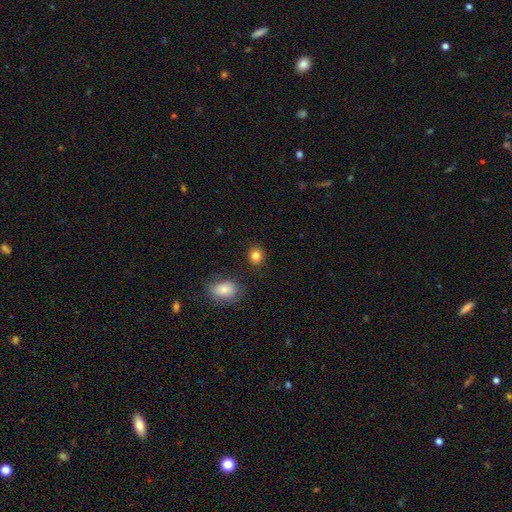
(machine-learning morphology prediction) smooth-or-featured: smooth: 84% | star or artifact: 10% | featured or disk: 5%
  how-rounded: round: 70% | in between: 29% | cigar-shaped: 1%
  merging: none: 85% | minor disturbance: 8% | merger: 4% | major disturbance: 3%